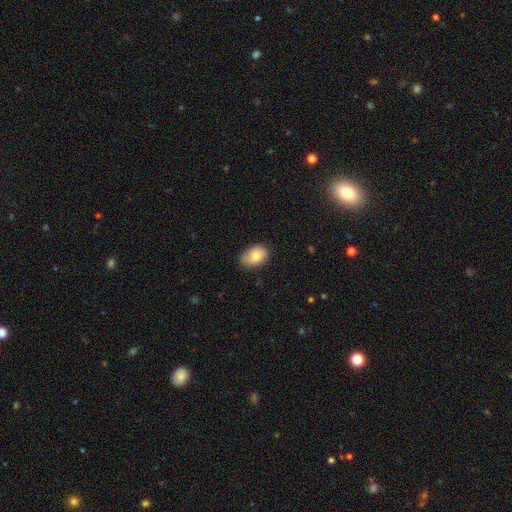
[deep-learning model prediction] This is clearly a smooth galaxy (81%). How rounded: clearly in between (82%). Merging: likely none (64%).